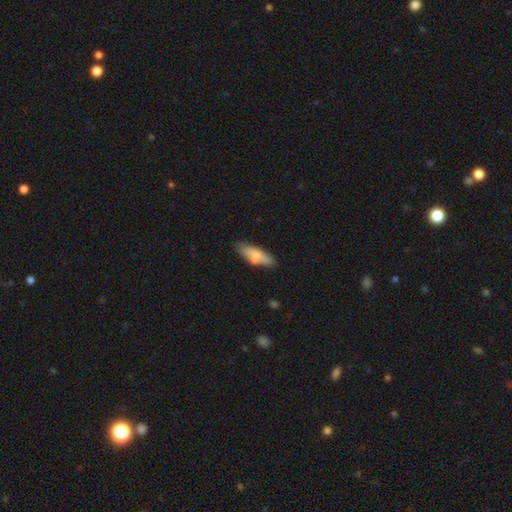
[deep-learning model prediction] A smooth galaxy with no disk features (68%) that is in between round and cigar-shaped (53%). Merging: none (64%).